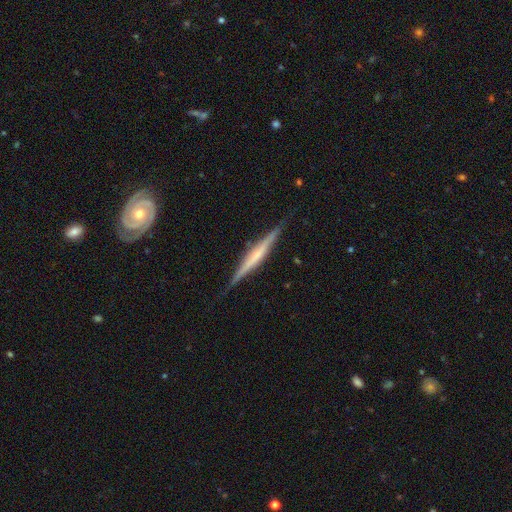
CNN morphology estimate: smooth-or-featured: featured or disk: 71% | smooth: 24% | star or artifact: 6%
  disk-edge-on: yes: 98% | no: 2%
    edge-on-bulge: rounded: 42% | none: 40% | boxy: 19%
  merging: none: 88% | minor disturbance: 9% | major disturbance: 2% | merger: 1%